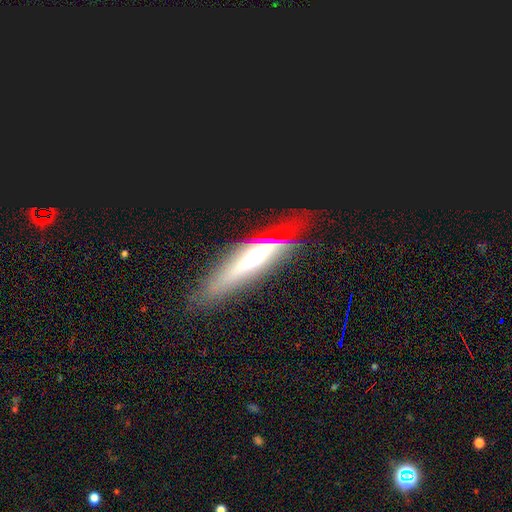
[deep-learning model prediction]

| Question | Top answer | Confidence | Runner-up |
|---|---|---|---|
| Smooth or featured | featured or disk | 66% | smooth (23%) |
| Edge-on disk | yes | 86% | no (14%) |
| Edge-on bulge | rounded | 82% | boxy (11%) |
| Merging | none | 71% | minor disturbance (16%) |